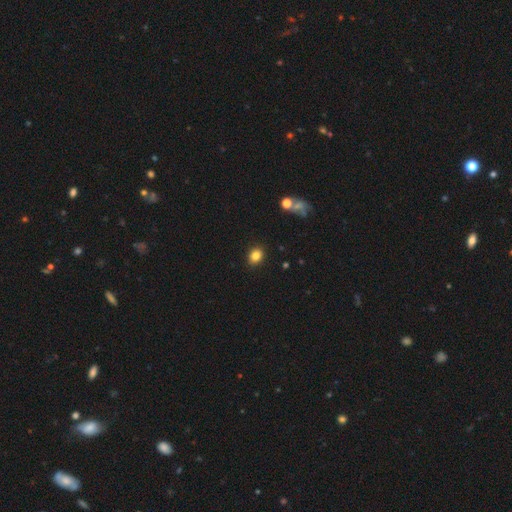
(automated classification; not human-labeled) smooth-or-featured: smooth: 84% | star or artifact: 10% | featured or disk: 6%
  how-rounded: in between: 60% | round: 39% | cigar-shaped: 1%
  merging: none: 89% | minor disturbance: 8% | major disturbance: 2% | merger: 1%